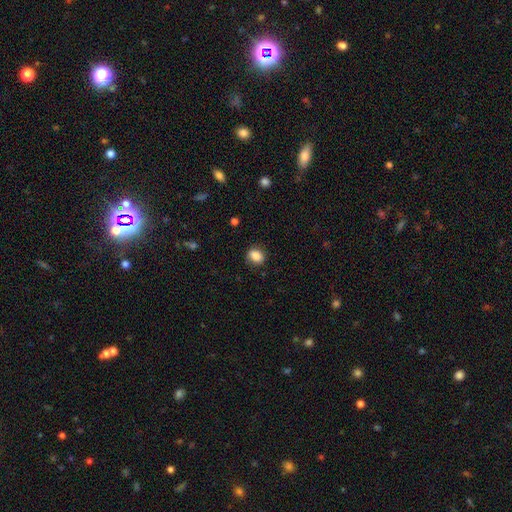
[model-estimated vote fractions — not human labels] Overall: smooth (86%). How rounded: in between (60%; round 39%). Merging: none (82%).